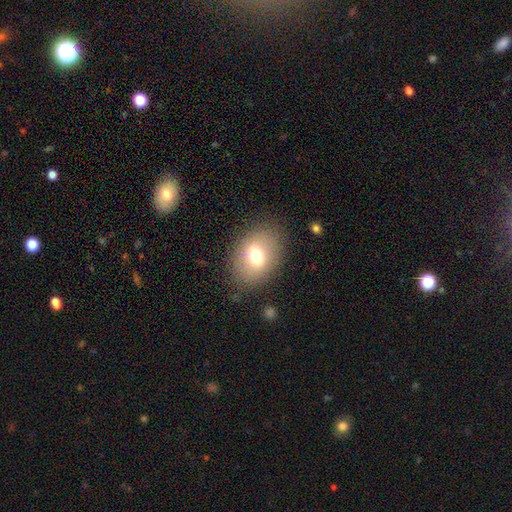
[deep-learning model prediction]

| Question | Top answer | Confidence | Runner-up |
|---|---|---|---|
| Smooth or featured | smooth | 68% | featured or disk (22%) |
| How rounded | in between | 72% | round (27%) |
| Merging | none | 82% | minor disturbance (12%) |